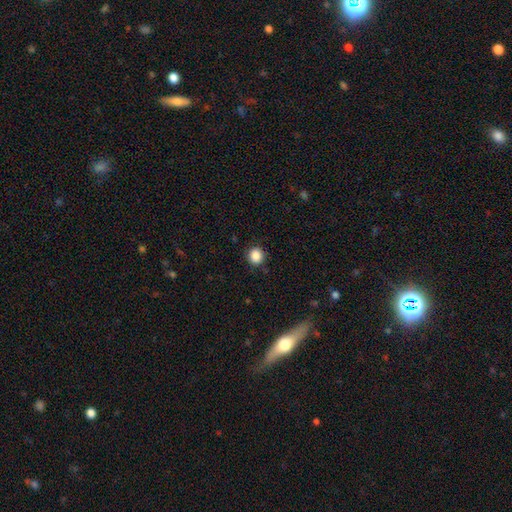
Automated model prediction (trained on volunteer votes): Morphology: type=smooth (86%); roundness=round (88%); merging=none (89%).